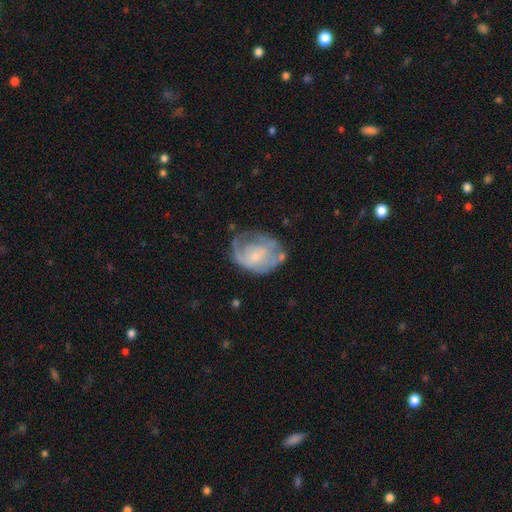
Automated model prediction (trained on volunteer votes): featured or disk 64%, smooth 29%, star or artifact 7%. Down the decision tree: edge-on disk — no (97%); bar — no (68%); spiral arms — yes (70%); bulge size — small (61%); merging — none (43%).